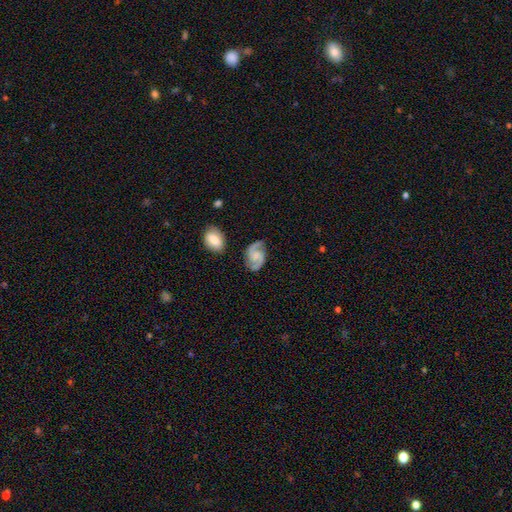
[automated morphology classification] featured or disk 85%, smooth 10%, star or artifact 5%. Down the decision tree: edge-on disk — no (98%); bar — no (55%); spiral arms — yes (97%); spiral arm count — 2 (93%); spiral winding — medium (54%); bulge size — none (42%); merging — none (77%).